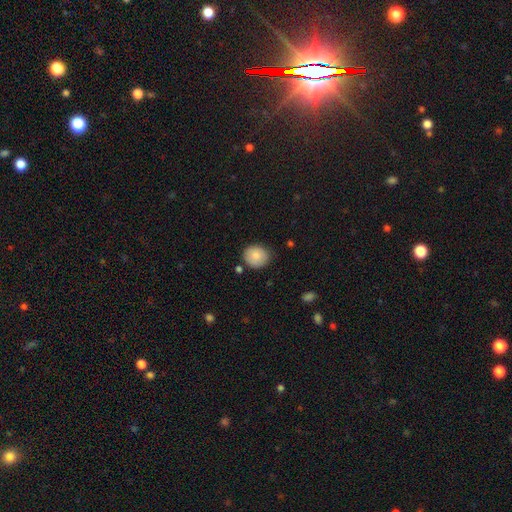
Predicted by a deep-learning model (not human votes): smooth-or-featured: smooth: 82% | featured or disk: 10% | star or artifact: 8%
  how-rounded: round: 76% | in between: 23% | cigar-shaped: 1%
  merging: none: 79% | minor disturbance: 15% | merger: 3% | major disturbance: 3%